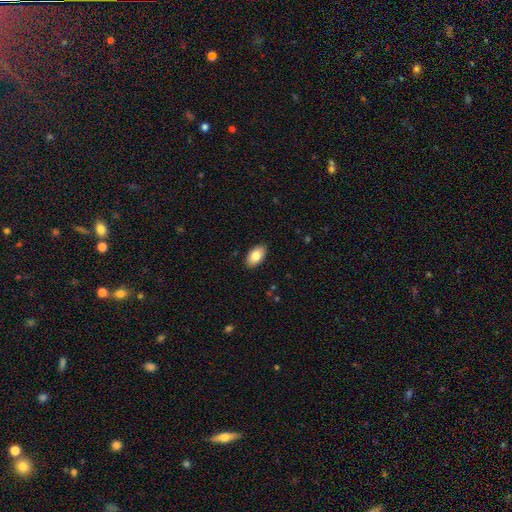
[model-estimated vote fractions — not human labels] This appears to be a smooth galaxy with no disk features (84%) that is in between round and cigar-shaped (94%). Merging: none (89%).